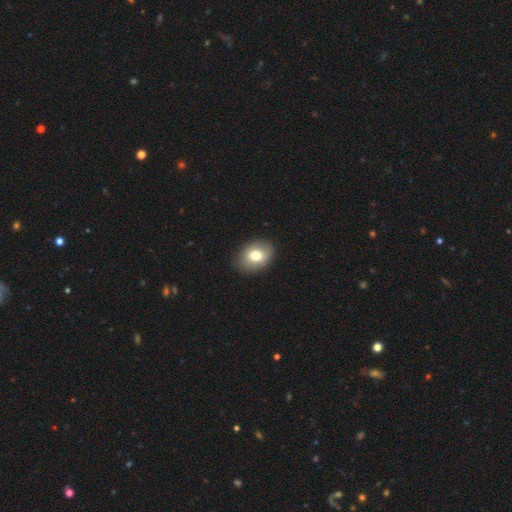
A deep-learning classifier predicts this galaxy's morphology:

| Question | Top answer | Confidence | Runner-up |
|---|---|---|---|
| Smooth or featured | smooth | 76% | featured or disk (16%) |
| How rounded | in between | 64% | round (35%) |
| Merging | none | 86% | minor disturbance (10%) |